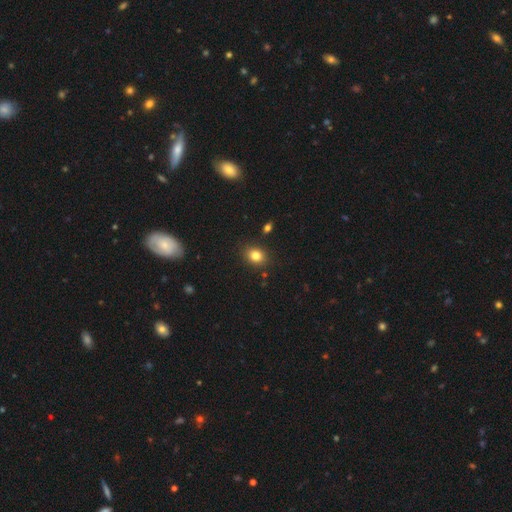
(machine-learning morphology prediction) A smooth galaxy with no disk features (82%) that is round (50%).

Vote fractions:
- Smooth or featured? smooth: 82% / star or artifact: 11% / featured or disk: 7%
- How rounded? round: 50% / in between: 49% / cigar-shaped: 1%
- Merging? none: 86% / minor disturbance: 9% / major disturbance: 2% / merger: 2%